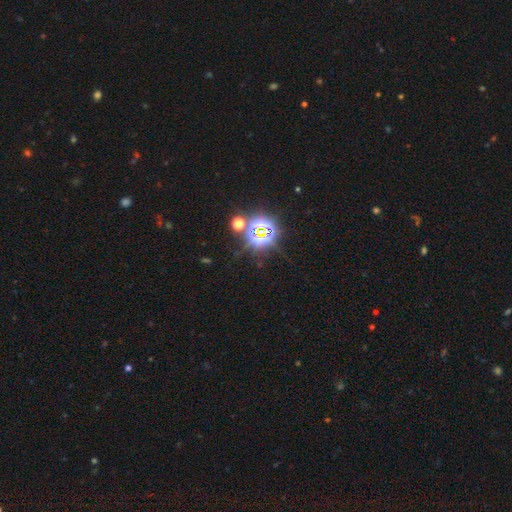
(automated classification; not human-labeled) Q: Smooth or featured?
A: star or artifact (84%); runner-up: smooth (10%)